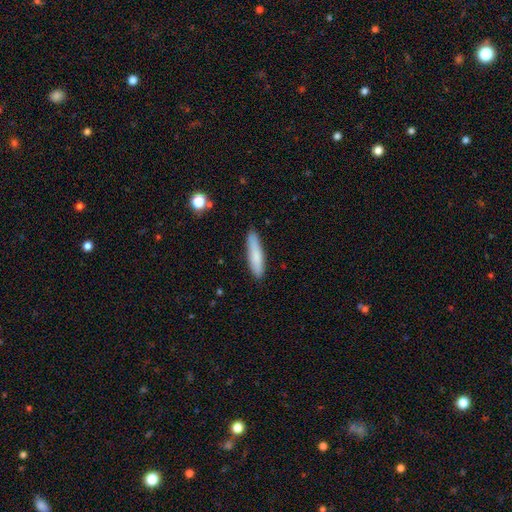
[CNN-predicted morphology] This is clearly a smooth galaxy (81%). How rounded: clearly cigar-shaped (82%). Merging: clearly none (87%).